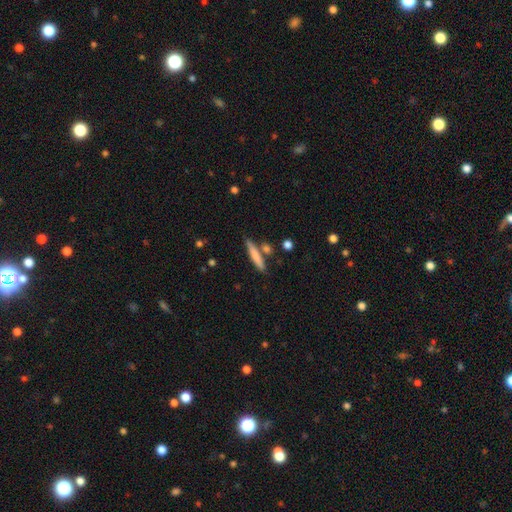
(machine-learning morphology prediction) A smooth galaxy with no disk features (74%) that is cigar-shaped (89%). Merging: none (76%).